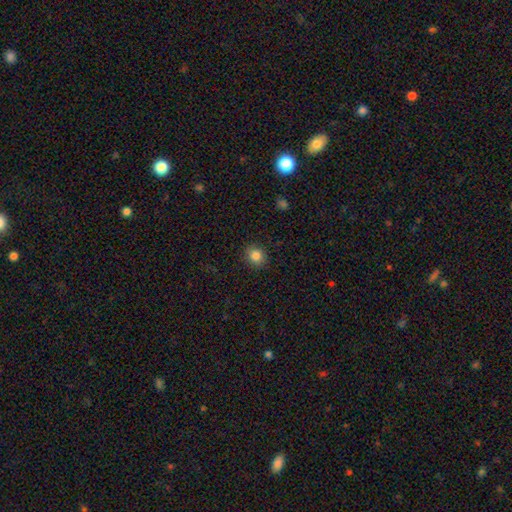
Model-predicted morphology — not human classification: A smooth galaxy with no disk features (84%) that is round (79%).

Vote fractions:
- Smooth or featured? smooth: 84% / star or artifact: 11% / featured or disk: 5%
- How rounded? round: 79% / in between: 20% / cigar-shaped: 1%
- Merging? none: 90% / minor disturbance: 7% / major disturbance: 2% / merger: 1%